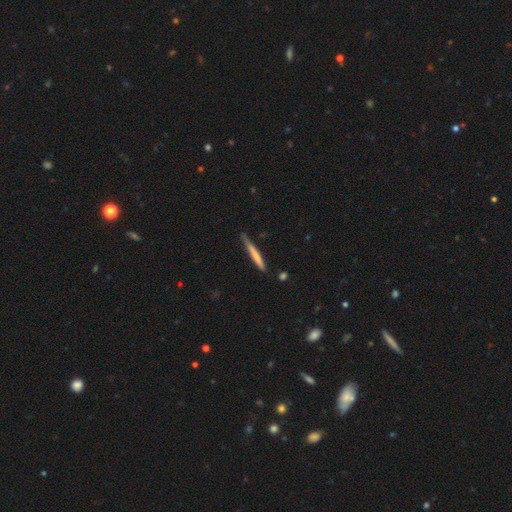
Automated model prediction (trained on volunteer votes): Smooth or featured: smooth — 65% (featured or disk — 30%)
How rounded: cigar-shaped — 96% (in between — 2%)
Merging: none — 74% (minor disturbance — 21%)